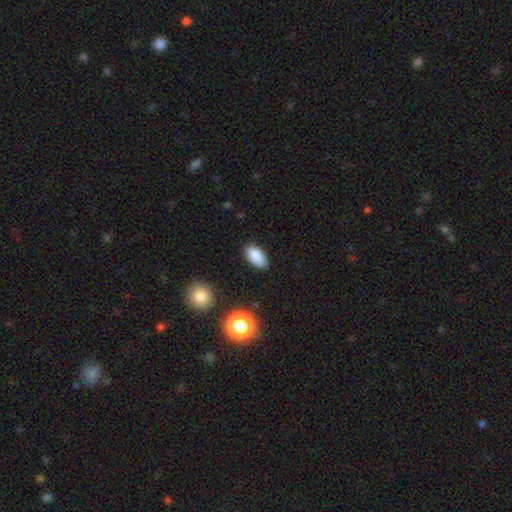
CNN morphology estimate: Smooth or featured: smooth — 86% (star or artifact — 9%)
How rounded: in between — 93% (round — 4%)
Merging: none — 83% (minor disturbance — 13%)